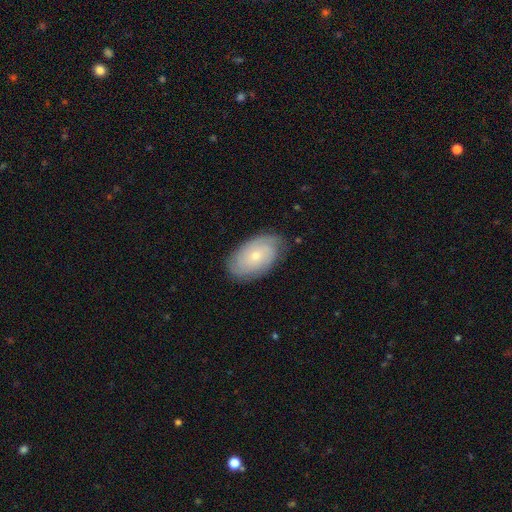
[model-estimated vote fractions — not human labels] A featured or disk galaxy (62%) with no bar (80%), tight (69%) spiral arms (88%) and a small central bulge (66%). Merging: none (79%).